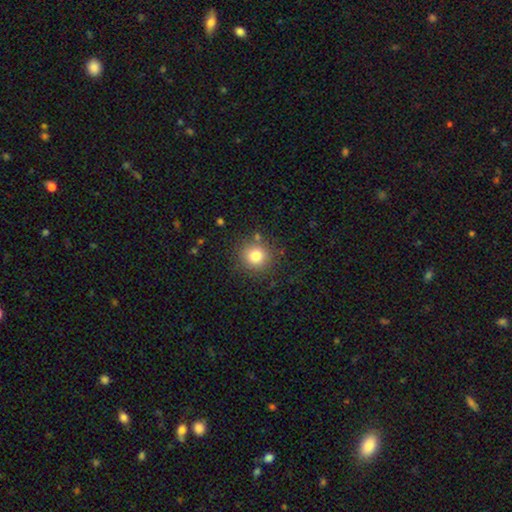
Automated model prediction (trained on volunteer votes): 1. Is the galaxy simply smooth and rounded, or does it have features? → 79% smooth, 13% star or artifact, 8% featured or disk.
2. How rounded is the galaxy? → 91% round, 8% in between, 1% cigar-shaped.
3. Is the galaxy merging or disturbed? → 85% none, 8% minor disturbance, 3% merger, 3% major disturbance.